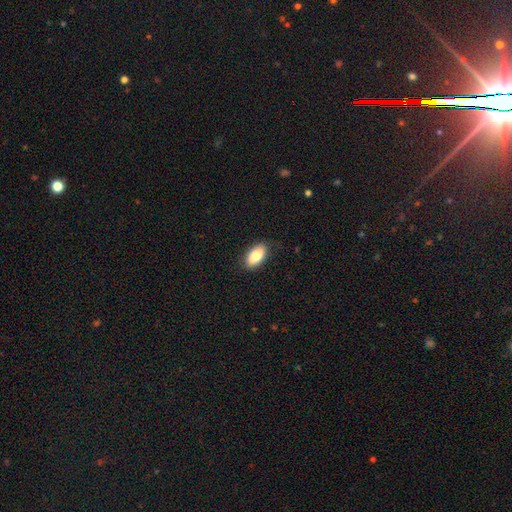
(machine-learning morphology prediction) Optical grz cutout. It shows a smooth galaxy with no disk features (80%) that is in between round and cigar-shaped (92%). Merging: none (85%).